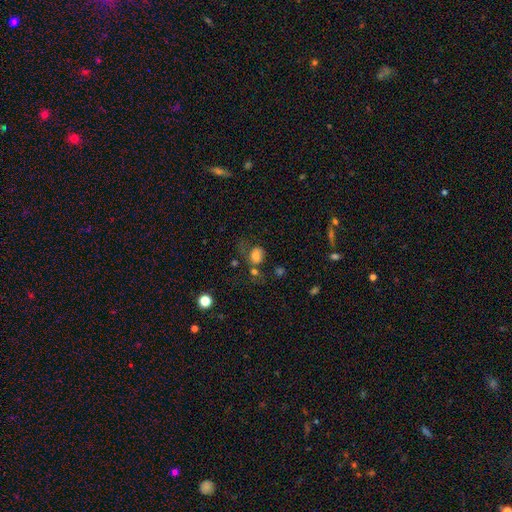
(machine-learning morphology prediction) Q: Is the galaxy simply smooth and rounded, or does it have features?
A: smooth — 66%.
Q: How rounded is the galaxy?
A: round — 51%.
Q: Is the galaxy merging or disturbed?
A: none — 38%.